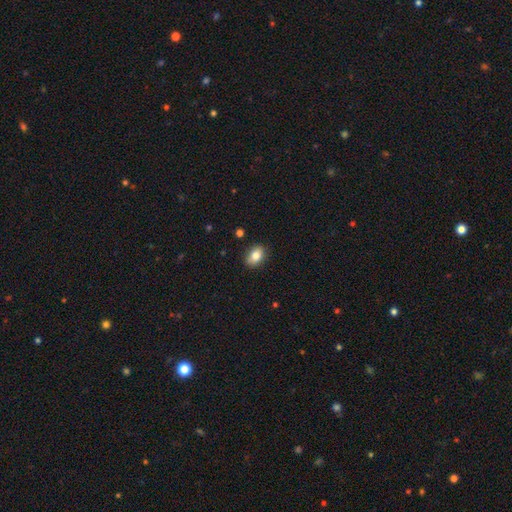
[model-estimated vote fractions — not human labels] smooth 82%, featured or disk 9%, star or artifact 8%. Down the decision tree: how rounded — in between (81%); merging — none (85%).